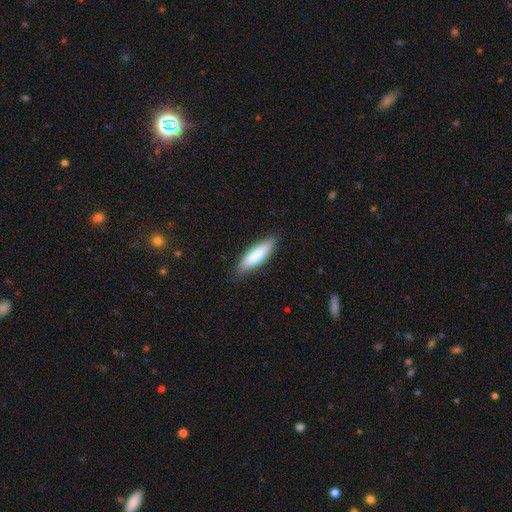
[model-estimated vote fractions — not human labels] Overall: smooth (76%). How rounded: cigar-shaped (57%; in between 41%). Merging: none (86%).